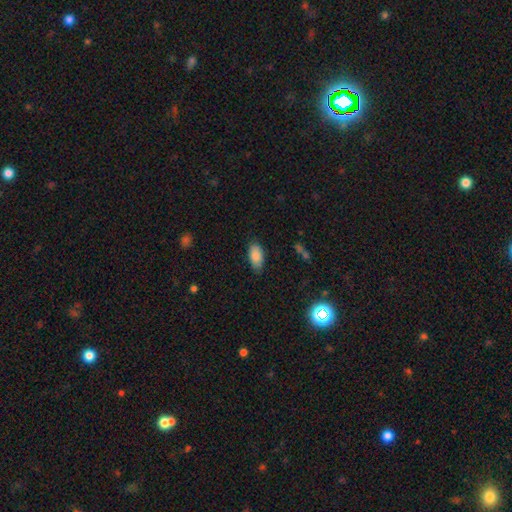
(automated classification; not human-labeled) Smooth or featured? smooth (86%)
How rounded? in between (92%)
Merging? none (80%)